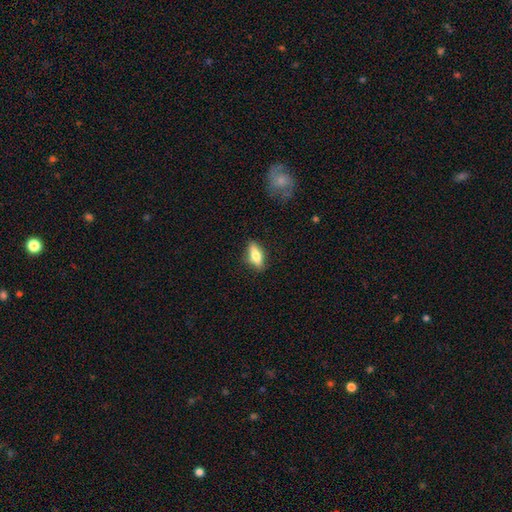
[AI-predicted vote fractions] Smooth or featured: smooth — 65% (featured or disk — 28%)
How rounded: in between — 68% (cigar-shaped — 28%)
Merging: none — 83% (minor disturbance — 13%)